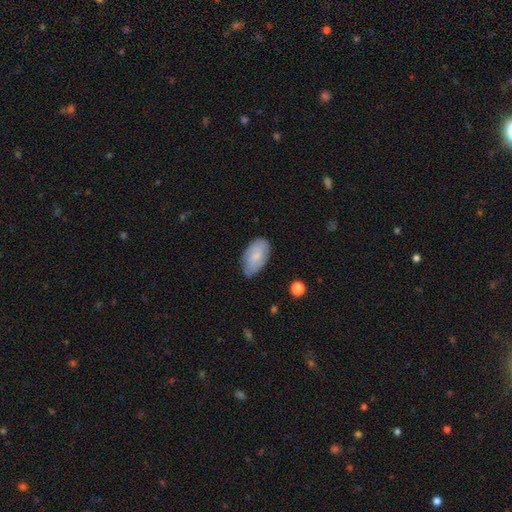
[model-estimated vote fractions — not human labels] Q: Smooth or featured?
A: smooth (69%); runner-up: featured or disk (24%)
Q: How rounded?
A: in between (94%); runner-up: round (4%)
Q: Merging?
A: none (71%); runner-up: minor disturbance (24%)